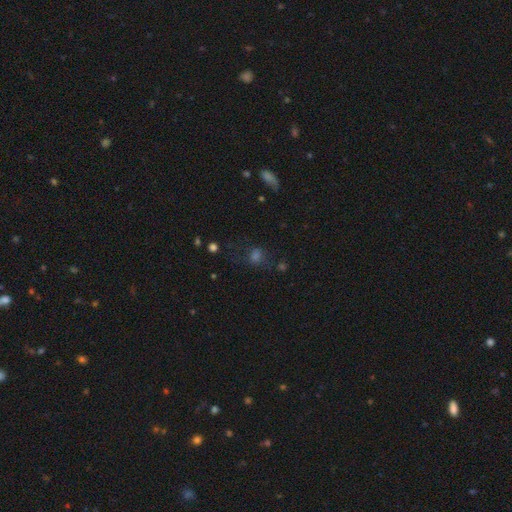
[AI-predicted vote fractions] smooth_or_featured: smooth (p=0.50) [alt: star or artifact p=0.35]
merging: none (p=0.58) [alt: major disturbance p=0.19]